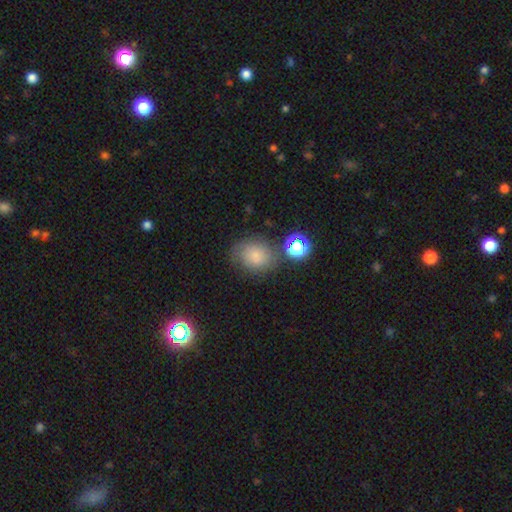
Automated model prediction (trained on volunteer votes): Smooth or featured? smooth (68%)
How rounded? round (59%)
Merging? none (65%)